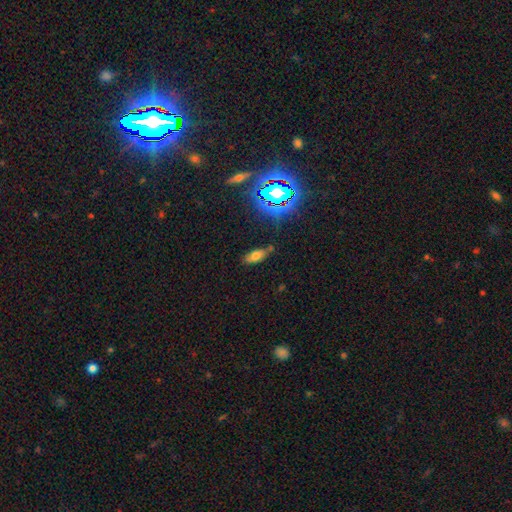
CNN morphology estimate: The model was most divided on "smooth or featured": smooth: 64%, star or artifact: 20%, featured or disk: 15%. More confident: how rounded — in between (76%); merging — none (72%).